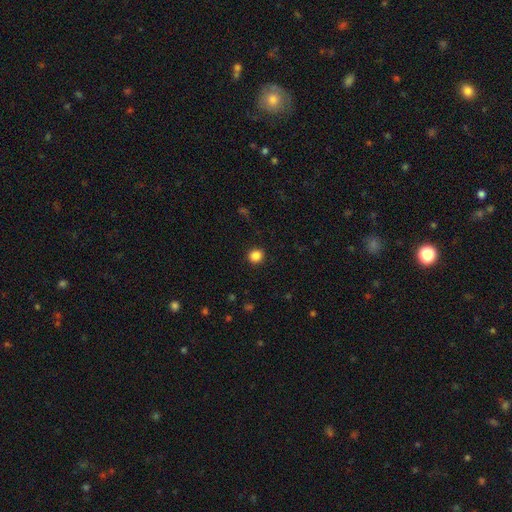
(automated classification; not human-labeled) A smooth galaxy with no disk features (85%) that is round (89%). Merging: none (91%).